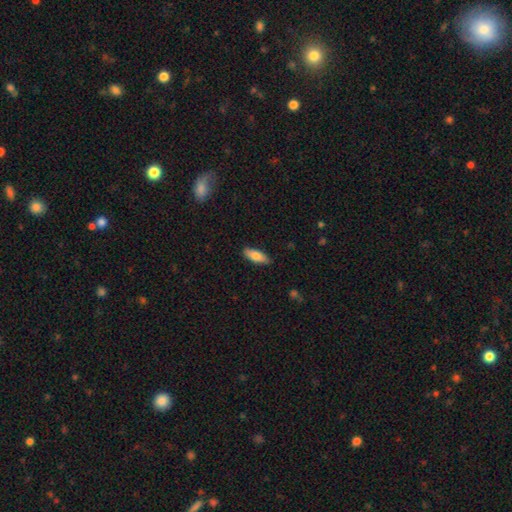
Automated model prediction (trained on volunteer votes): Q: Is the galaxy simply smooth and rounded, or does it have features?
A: smooth — 79%.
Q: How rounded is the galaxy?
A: in between — 69%.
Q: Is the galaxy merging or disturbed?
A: none — 86%.